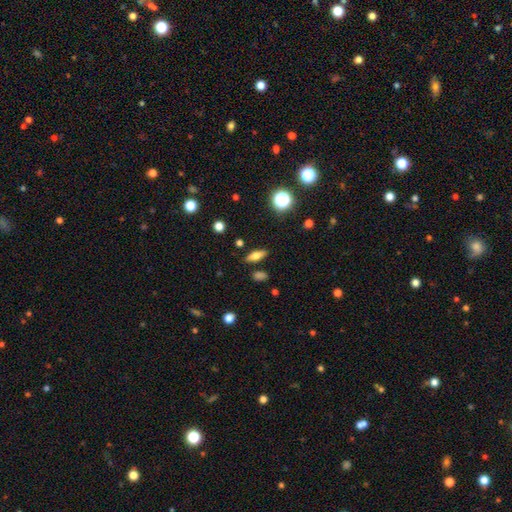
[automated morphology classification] A smooth galaxy with no disk features (63%) that is in between round and cigar-shaped (66%).

Vote fractions:
- Smooth or featured? smooth: 63% / featured or disk: 27% / star or artifact: 10%
- How rounded? in between: 66% / cigar-shaped: 28% / round: 6%
- Merging? none: 85% / minor disturbance: 9% / merger: 3% / major disturbance: 2%